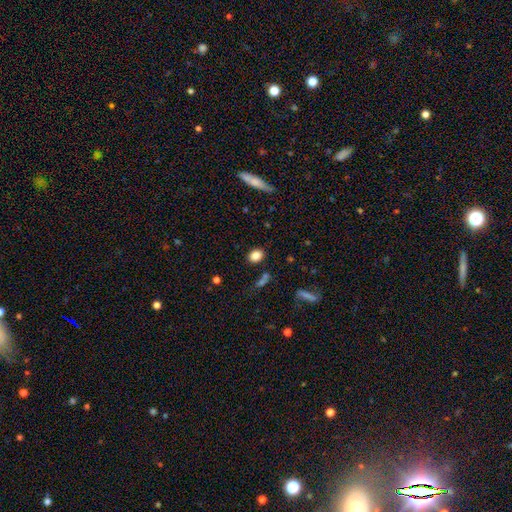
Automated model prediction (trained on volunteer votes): Smooth or featured?
  - smooth: 84% *
  - star or artifact: 10%
  - featured or disk: 6%
How rounded?
  - in between: 54% *
  - round: 44%
  - cigar-shaped: 2%
Merging?
  - none: 83% *
  - minor disturbance: 10%
  - merger: 4%
  - major disturbance: 3%